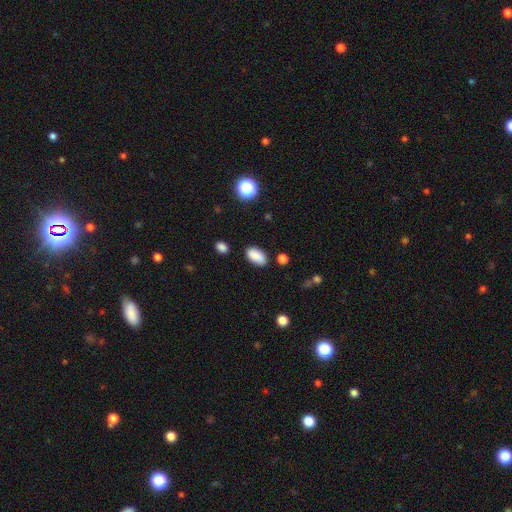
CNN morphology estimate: Smooth or featured? Predicted: smooth (p=0.86). How rounded? Predicted: in between (p=0.92). Merging? Predicted: none (p=0.77).